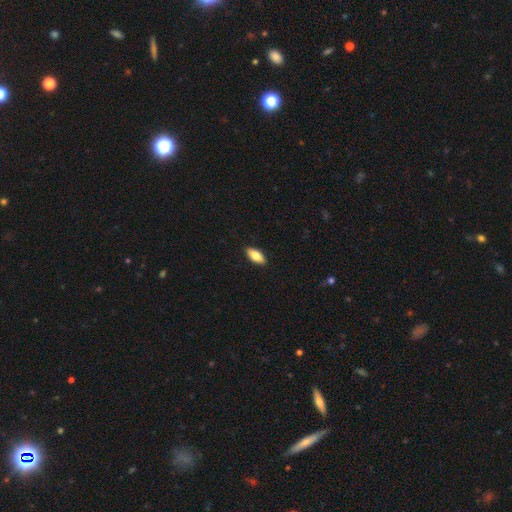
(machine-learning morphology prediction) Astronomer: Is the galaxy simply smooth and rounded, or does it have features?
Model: smooth — 79%.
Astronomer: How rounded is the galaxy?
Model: in between — 85%.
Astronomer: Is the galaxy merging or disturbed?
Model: none — 89%.